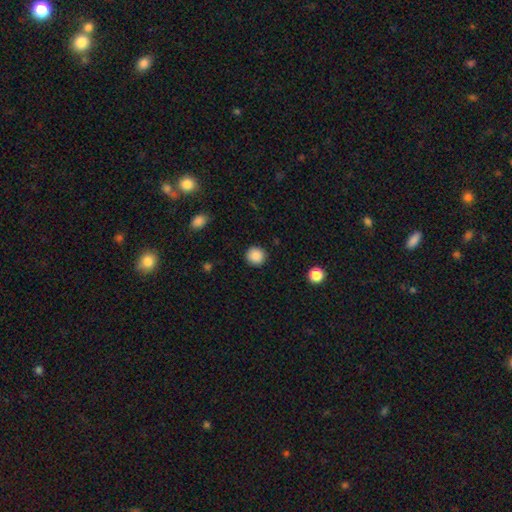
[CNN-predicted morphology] Smooth or featured: smooth — 88% (star or artifact — 9%)
How rounded: round — 92% (in between — 7%)
Merging: none — 91% (minor disturbance — 6%)